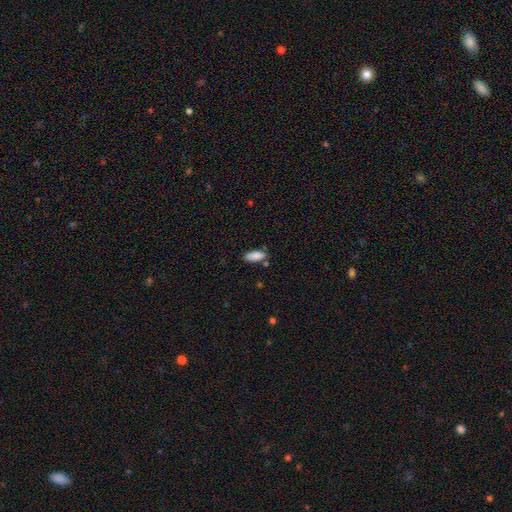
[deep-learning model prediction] Q: Smooth or featured?
A: smooth (87%); runner-up: star or artifact (7%)
Q: How rounded?
A: in between (80%); runner-up: cigar-shaped (18%)
Q: Merging?
A: none (74%); runner-up: minor disturbance (17%)